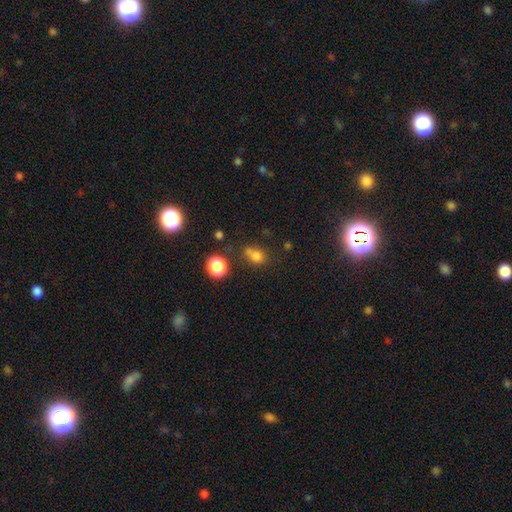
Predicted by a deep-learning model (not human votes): A smooth galaxy with no disk features (72%) that is round (65%).

Vote fractions:
- Smooth or featured? smooth: 72% / star or artifact: 19% / featured or disk: 9%
- How rounded? round: 65% / in between: 33% / cigar-shaped: 1%
- Merging? none: 47% / merger: 31% / minor disturbance: 15% / major disturbance: 7%